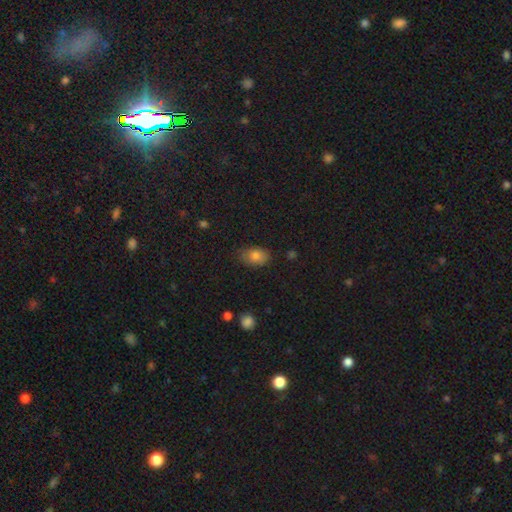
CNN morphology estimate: Smooth or featured?
  - smooth: 82% *
  - star or artifact: 9%
  - featured or disk: 9%
How rounded?
  - in between: 86% *
  - round: 13%
  - cigar-shaped: 2%
Merging?
  - none: 75% *
  - minor disturbance: 19%
  - major disturbance: 4%
  - merger: 1%